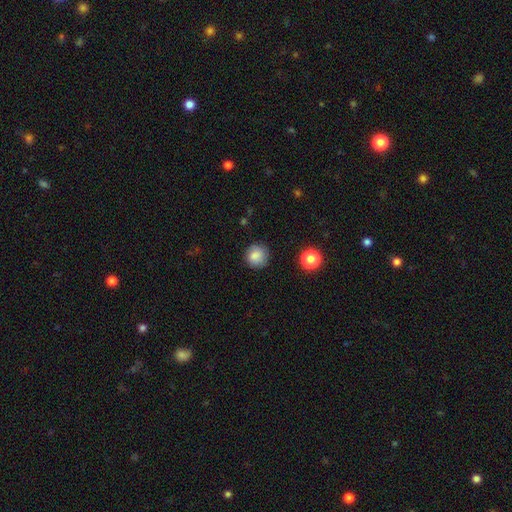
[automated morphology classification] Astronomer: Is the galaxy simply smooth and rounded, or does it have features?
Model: smooth — 84%.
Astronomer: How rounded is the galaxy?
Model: round — 91%.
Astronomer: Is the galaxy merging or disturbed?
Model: none — 84%.